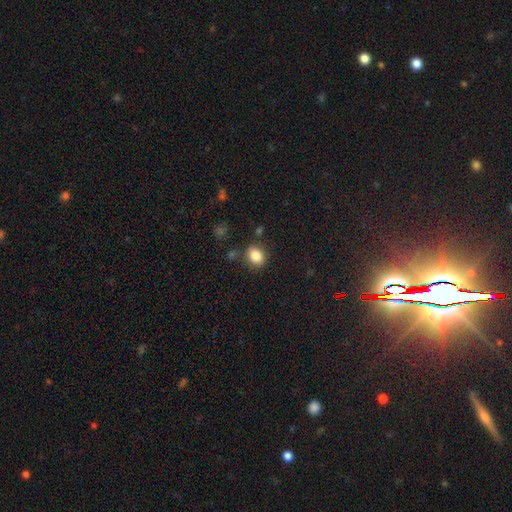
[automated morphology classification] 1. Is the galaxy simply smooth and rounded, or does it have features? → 85% smooth, 9% star or artifact, 5% featured or disk.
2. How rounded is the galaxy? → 58% in between, 41% round, 1% cigar-shaped.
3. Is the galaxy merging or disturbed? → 80% none, 12% minor disturbance, 5% merger, 4% major disturbance.